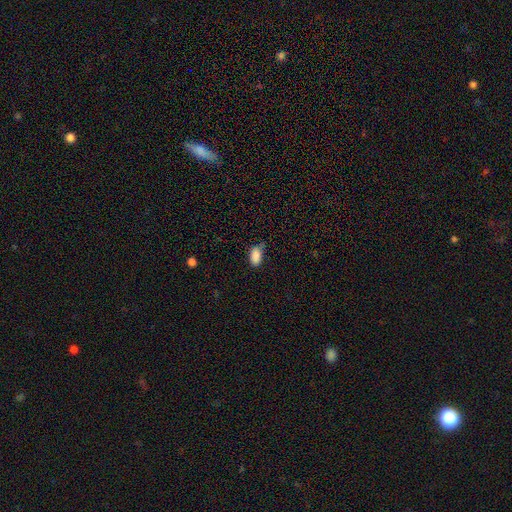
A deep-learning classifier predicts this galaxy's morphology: smooth_or_featured: smooth (p=0.88) [alt: star or artifact p=0.08]
how_rounded: in between (p=0.92) [alt: round p=0.05]
merging: none (p=0.61) [alt: minor disturbance p=0.30]